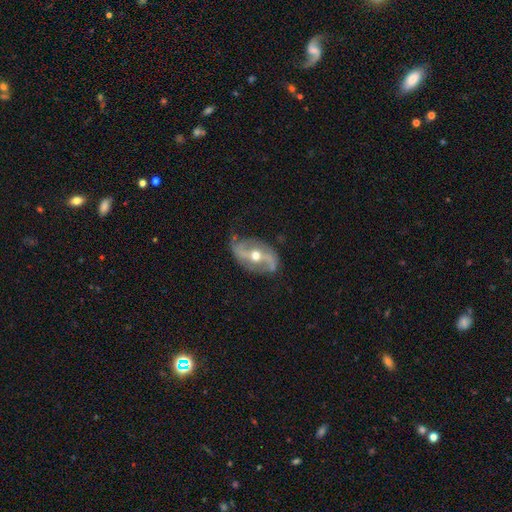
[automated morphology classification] This is clearly a featured or disk galaxy (86%). It is clearly not viewed edge-on (95%). Bar: marginally strong (39%). Spiral arm pattern: clearly yes (91%). Spiral arm count: clearly 2 (92%). Spiral winding: likely loose (65%). Central bulge: likely moderate (75%). Merging: likely none (70%).